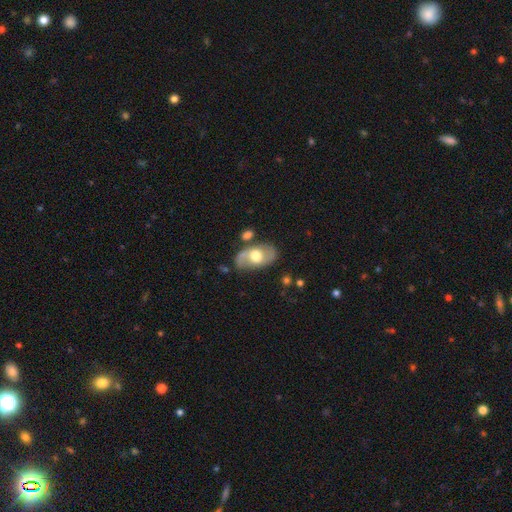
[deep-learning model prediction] The model was most divided on "bulge size": moderate: 58%, large: 34%, small: 5%, dominant: 2%, none: 1%. More confident: edge-on disk — no (92%); merging — none (73%); spiral arms — yes (68%); smooth or featured — featured or disk (64%); bar — no (63%).